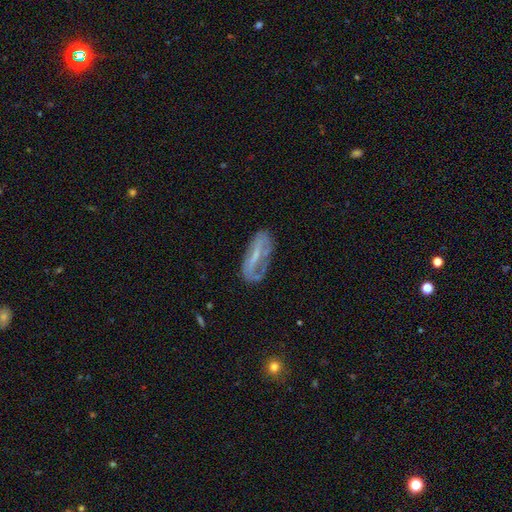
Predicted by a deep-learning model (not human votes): A featured or disk galaxy (60%).

Vote fractions:
- Smooth or featured? featured or disk: 60% / smooth: 31% / star or artifact: 9%
- Edge-on disk? no: 82% / yes: 18%
- Merging? none: 57% / minor disturbance: 24% / major disturbance: 16% / merger: 3%